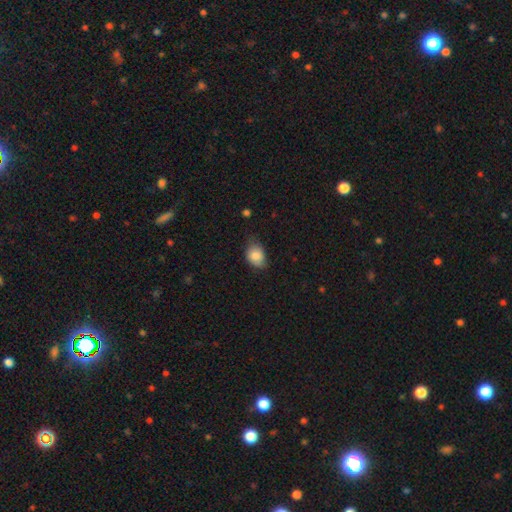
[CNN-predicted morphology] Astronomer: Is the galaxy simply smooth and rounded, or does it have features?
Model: smooth — 85%.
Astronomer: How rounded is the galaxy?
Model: in between — 69%.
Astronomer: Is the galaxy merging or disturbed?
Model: none — 57% (runner-up: minor disturbance, 35%).